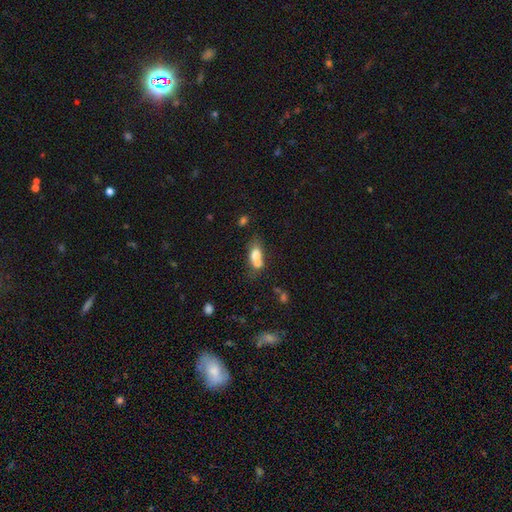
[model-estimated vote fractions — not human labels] A smooth galaxy with no disk features (71%) that is in between round and cigar-shaped (75%).

Vote fractions:
- Smooth or featured? smooth: 71% / featured or disk: 19% / star or artifact: 10%
- How rounded? in between: 75% / round: 19% / cigar-shaped: 6%
- Merging? merger: 51% / none: 28% / minor disturbance: 14% / major disturbance: 8%